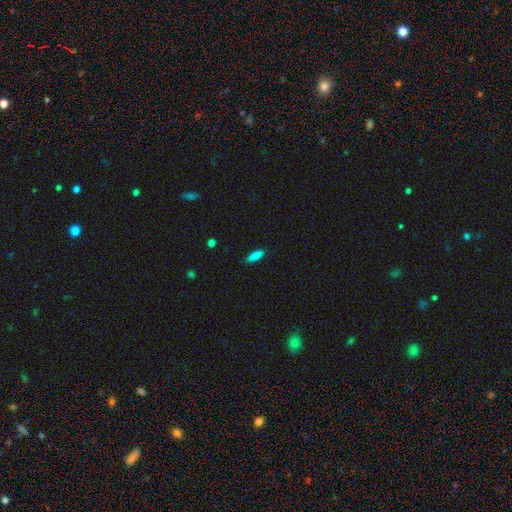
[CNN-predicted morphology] The model was most divided on "how rounded": cigar-shaped: 57%, in between: 41%, round: 2%. More confident: merging — none (87%); smooth or featured — smooth (86%).